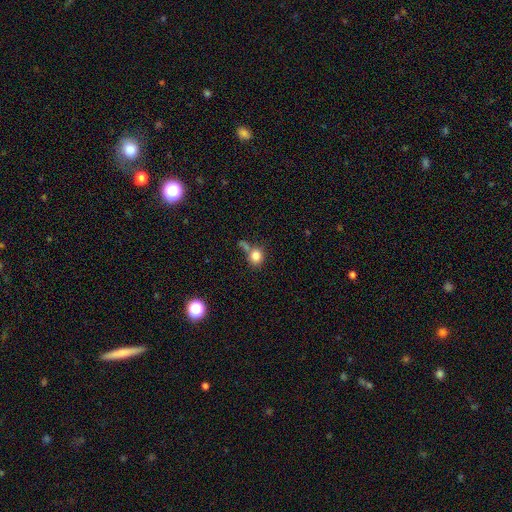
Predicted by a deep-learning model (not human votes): Smooth or featured?
  - smooth: 82% *
  - star or artifact: 11%
  - featured or disk: 7%
How rounded?
  - round: 80% *
  - in between: 19%
  - cigar-shaped: 1%
Merging?
  - none: 53% *
  - merger: 25%
  - minor disturbance: 14%
  - major disturbance: 8%